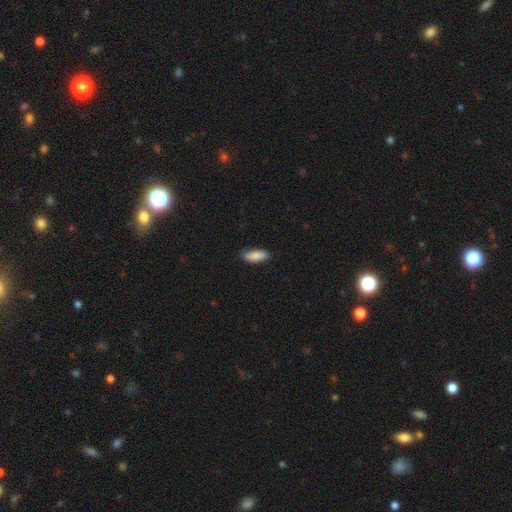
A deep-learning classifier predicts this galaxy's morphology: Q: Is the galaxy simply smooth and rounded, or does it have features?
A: smooth — 83%.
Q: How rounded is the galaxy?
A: in between — 76%.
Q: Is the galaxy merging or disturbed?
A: none — 82%.